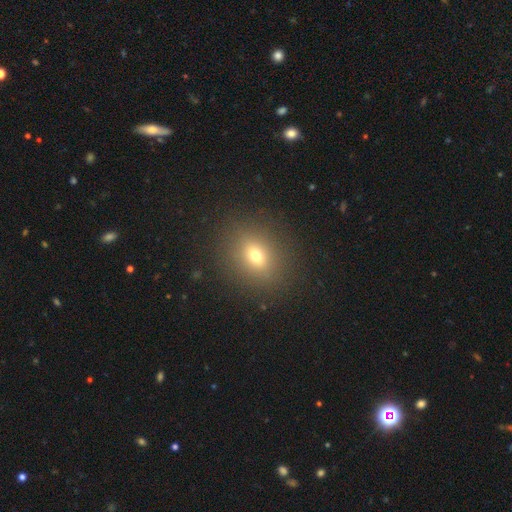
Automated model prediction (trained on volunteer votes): Smooth or featured? Predicted: smooth (p=0.68). How rounded? Predicted: round (p=0.55). Merging? Predicted: none (p=0.87).